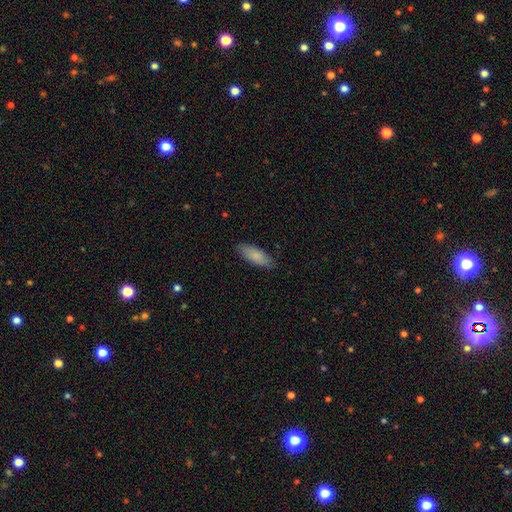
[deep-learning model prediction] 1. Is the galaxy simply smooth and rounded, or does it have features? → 84% smooth, 11% featured or disk, 6% star or artifact.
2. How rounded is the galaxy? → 69% in between, 30% cigar-shaped, 2% round.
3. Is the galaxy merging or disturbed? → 84% none, 13% minor disturbance, 2% major disturbance, 1% merger.